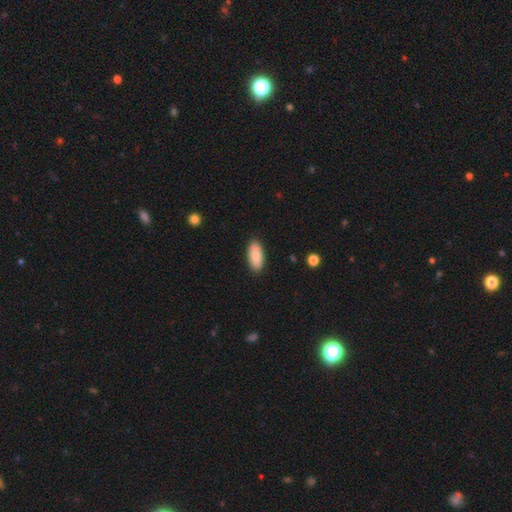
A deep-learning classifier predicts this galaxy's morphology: Q: Smooth or featured?
A: smooth (80%); runner-up: featured or disk (14%)
Q: How rounded?
A: in between (90%); runner-up: cigar-shaped (8%)
Q: Merging?
A: none (88%); runner-up: minor disturbance (9%)